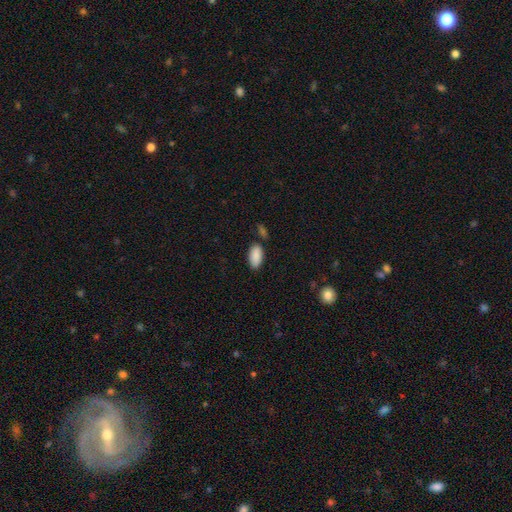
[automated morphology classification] This appears to be a smooth galaxy with no disk features (89%) that is in between round and cigar-shaped (94%). Merging: none (77%).